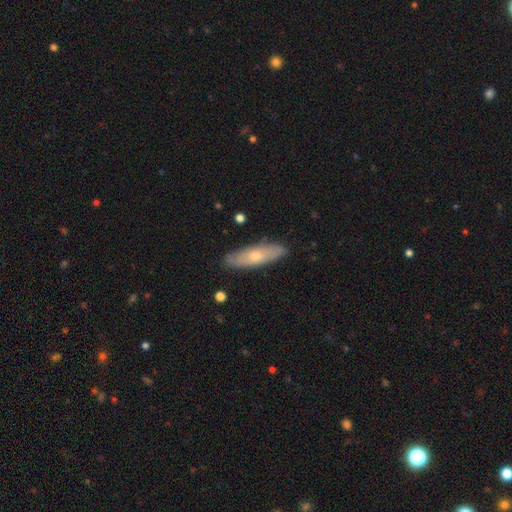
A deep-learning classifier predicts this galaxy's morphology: A smooth galaxy with no disk features (56%) that is cigar-shaped (61%).

Vote fractions:
- Smooth or featured? smooth: 56% / featured or disk: 38% / star or artifact: 6%
- How rounded? cigar-shaped: 61% / in between: 37% / round: 2%
- Merging? none: 87% / minor disturbance: 10% / major disturbance: 2% / merger: 1%